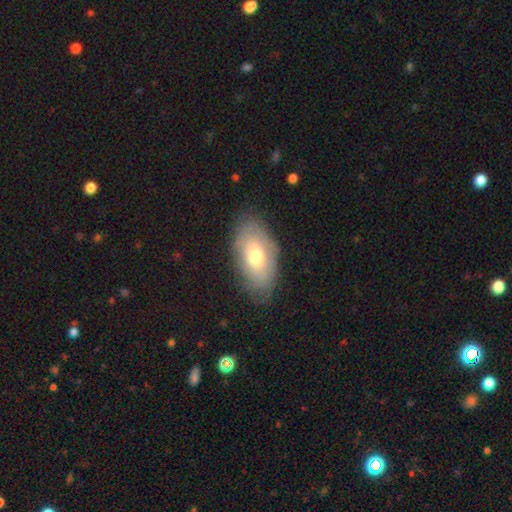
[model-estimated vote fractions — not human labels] The model was most divided on "smooth or featured": smooth: 61%, featured or disk: 32%, star or artifact: 7%. More confident: how rounded — in between (92%); merging — none (74%).